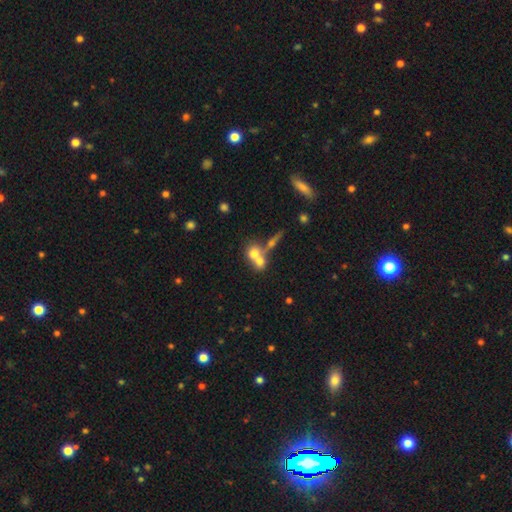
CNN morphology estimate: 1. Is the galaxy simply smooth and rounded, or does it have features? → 65% smooth, 23% featured or disk, 12% star or artifact.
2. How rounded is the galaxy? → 63% round, 34% in between, 3% cigar-shaped.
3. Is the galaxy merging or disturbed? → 66% merger, 24% none, 6% minor disturbance, 4% major disturbance.